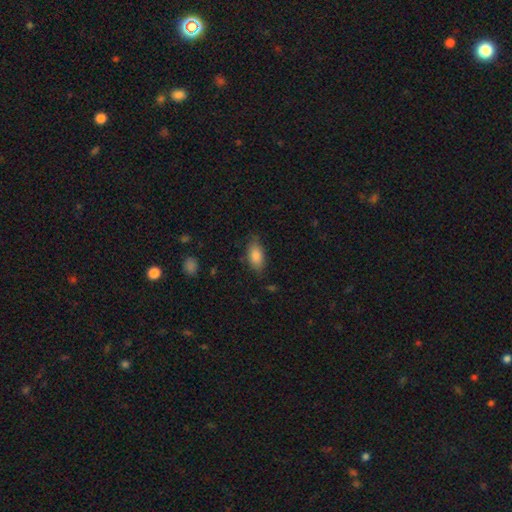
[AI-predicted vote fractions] A smooth galaxy with no disk features (85%) that is in between round and cigar-shaped (89%).

Vote fractions:
- Smooth or featured? smooth: 85% / featured or disk: 7% / star or artifact: 7%
- How rounded? in between: 89% / cigar-shaped: 7% / round: 4%
- Merging? none: 76% / minor disturbance: 18% / major disturbance: 4% / merger: 2%